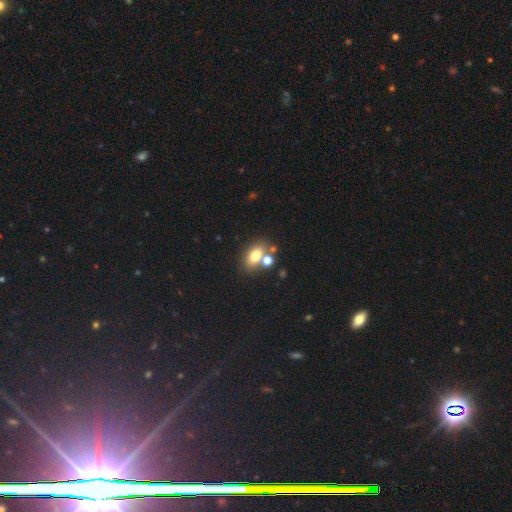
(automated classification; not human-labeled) smooth_or_featured: smooth (p=0.73) [alt: featured or disk p=0.15]
how_rounded: in between (p=0.78) [alt: round p=0.19]
merging: none (p=0.59) [alt: merger p=0.26]